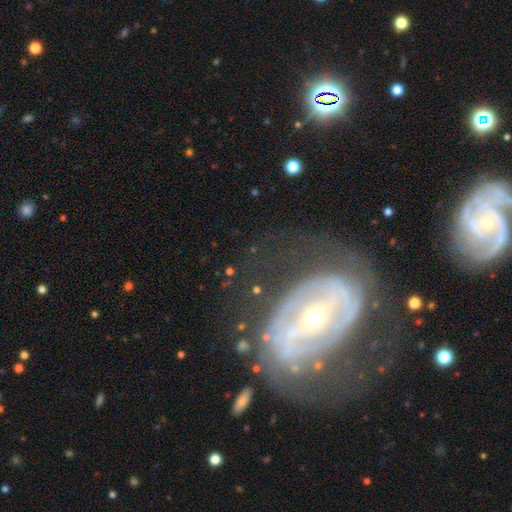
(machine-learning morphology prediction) featured or disk 84%, smooth 9%, star or artifact 7%. Down the decision tree: edge-on disk — no (94%); bar — strong (53%); spiral arms — yes (80%); spiral arm count — 2 (47%); spiral winding — tight (54%); bulge size — small (68%); merging — none (55%).